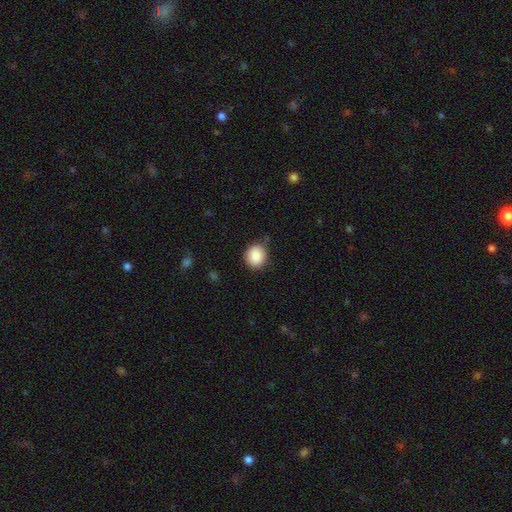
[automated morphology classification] Overall: smooth (89%). How rounded: round (67%; in between 32%). Merging: none (80%).